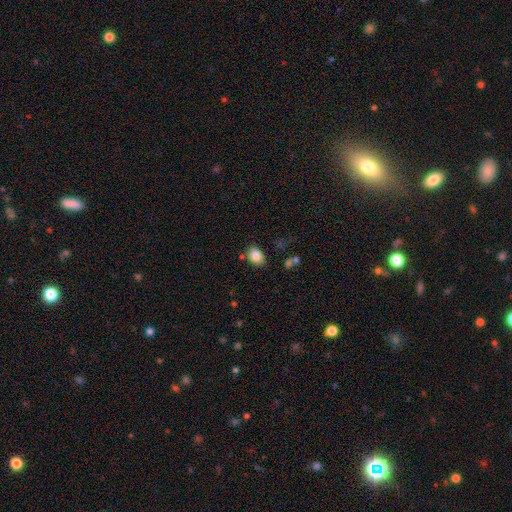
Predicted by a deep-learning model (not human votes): Morphology: type=smooth (85%); roundness=in between (76%); merging=none (80%).